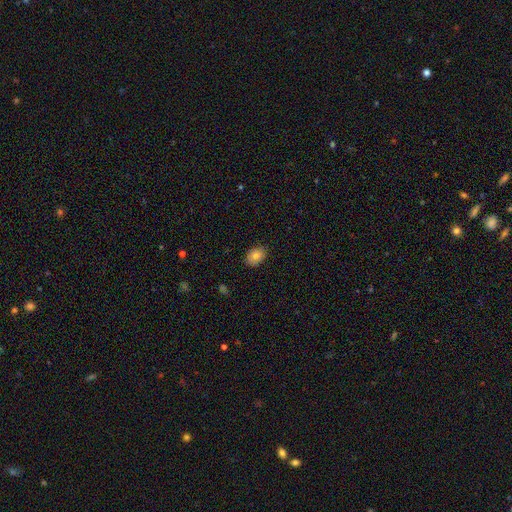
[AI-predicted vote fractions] Q: Smooth or featured?
A: smooth (77%); runner-up: featured or disk (14%)
Q: How rounded?
A: in between (72%); runner-up: round (27%)
Q: Merging?
A: none (82%); runner-up: minor disturbance (14%)